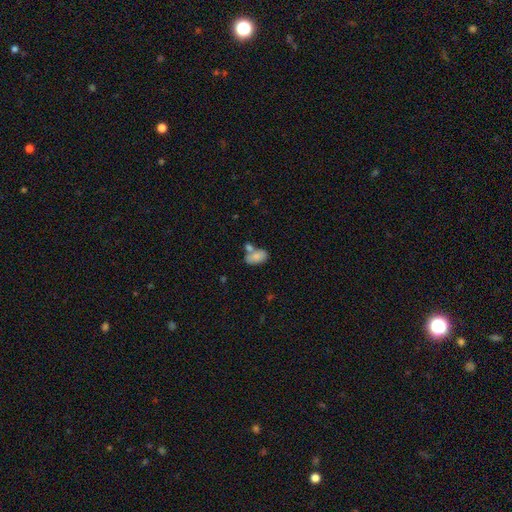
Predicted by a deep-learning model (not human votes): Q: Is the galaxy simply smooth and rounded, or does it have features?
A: smooth — 80%.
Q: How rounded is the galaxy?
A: in between — 91%.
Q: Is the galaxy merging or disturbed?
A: none — 40%.